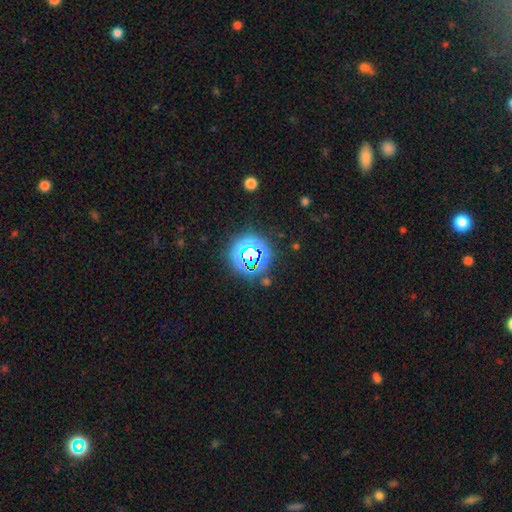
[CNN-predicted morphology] Smooth or featured: star or artifact — 73% (smooth — 18%)